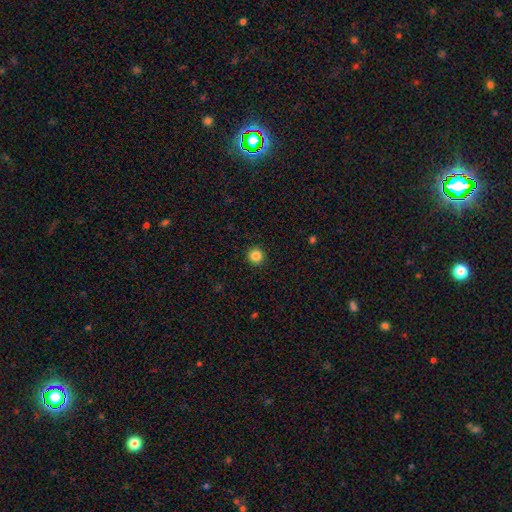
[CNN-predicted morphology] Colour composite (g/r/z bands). It shows a smooth galaxy with no disk features (85%) that is round (94%). Merging: none (93%).